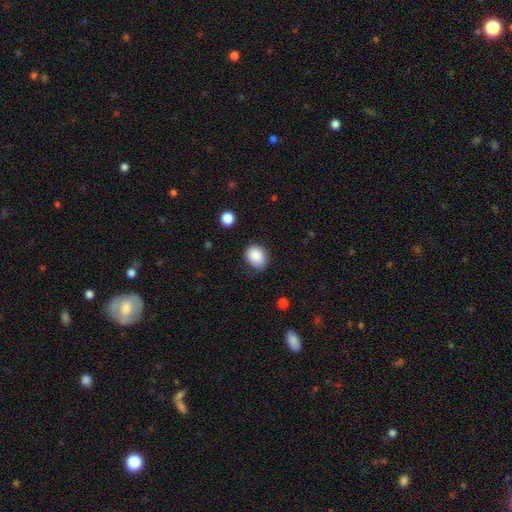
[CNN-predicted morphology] smooth 88%, star or artifact 8%, featured or disk 4%. Down the decision tree: how rounded — round (51%); merging — none (72%).